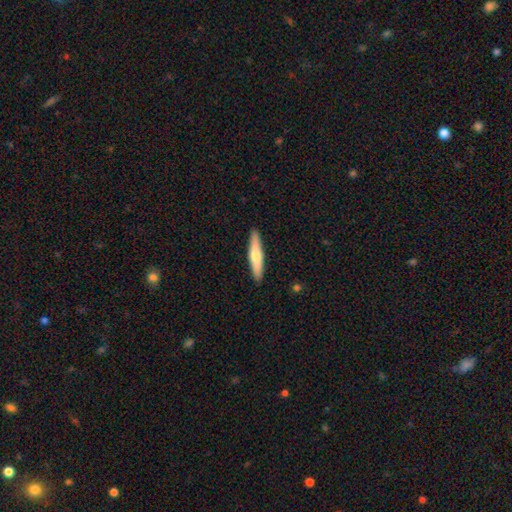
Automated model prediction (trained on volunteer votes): This appears to be a smooth galaxy with no disk features (59%) that is cigar-shaped (87%). Merging: none (91%).